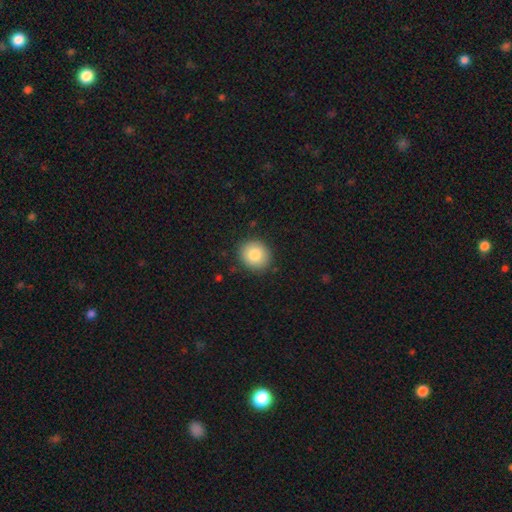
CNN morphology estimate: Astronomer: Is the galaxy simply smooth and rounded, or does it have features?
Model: smooth — 84%.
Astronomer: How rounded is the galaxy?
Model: round — 85%.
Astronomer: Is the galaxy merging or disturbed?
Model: none — 89%.